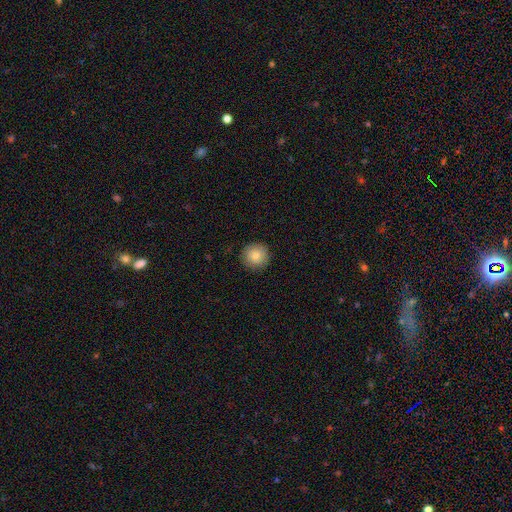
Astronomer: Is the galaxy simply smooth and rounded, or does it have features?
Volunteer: smooth — 79%.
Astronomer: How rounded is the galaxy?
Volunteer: round — 90%.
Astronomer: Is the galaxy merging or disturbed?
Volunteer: none — 86%.